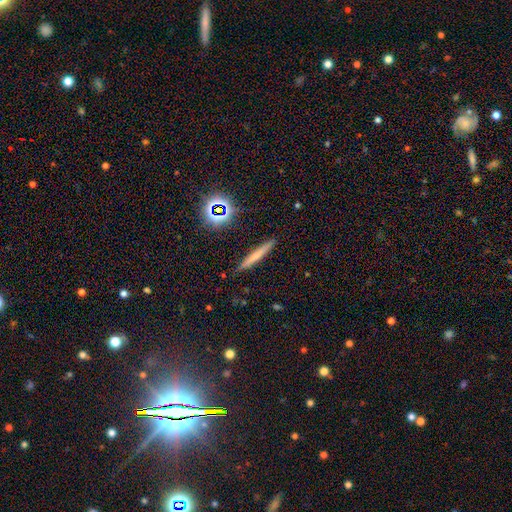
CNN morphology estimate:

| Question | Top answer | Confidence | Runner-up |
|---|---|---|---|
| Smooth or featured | smooth | 58% | featured or disk (28%) |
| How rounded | cigar-shaped | 94% | in between (4%) |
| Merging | none | 88% | minor disturbance (8%) |